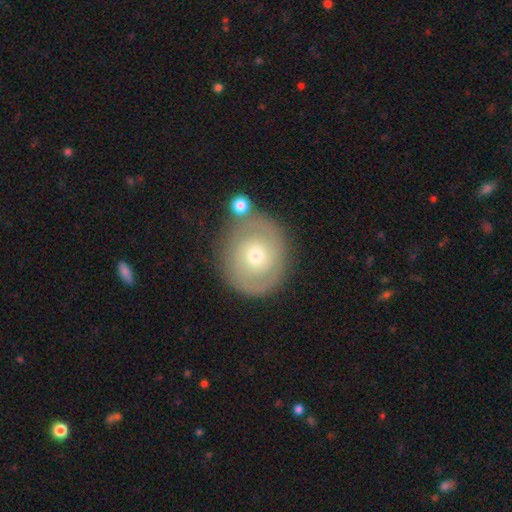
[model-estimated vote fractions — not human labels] Smooth or featured? featured or disk (67%)
Edge-on disk? no (97%)
Bar? no (81%)
Spiral arms? yes (79%)
Spiral winding? tight (66%)
Spiral arm count? 2 (62%)
Bulge size? moderate (53%)
Merging? none (72%)